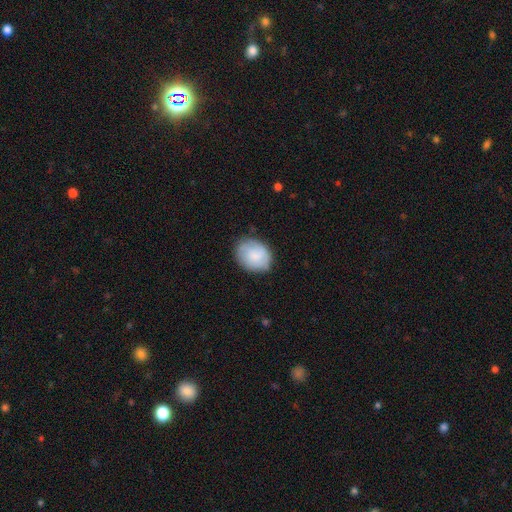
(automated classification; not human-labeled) smooth 76%, featured or disk 17%, star or artifact 7%. Down the decision tree: how rounded — in between (55%); merging — none (76%).